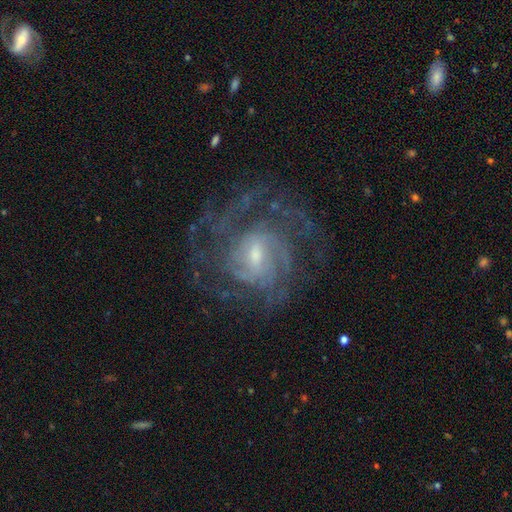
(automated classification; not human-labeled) Q: Smooth or featured?
A: featured or disk (87%); runner-up: star or artifact (7%)
Q: Edge-on disk?
A: no (97%); runner-up: yes (3%)
Q: Bar?
A: weak (58%); runner-up: no (26%)
Q: Spiral arms?
A: yes (95%); runner-up: no (5%)
Q: Spiral winding?
A: tight (53%); runner-up: medium (37%)
Q: Spiral arm count?
A: can't tell (33%); runner-up: 4 (19%)
Q: Bulge size?
A: small (53%); runner-up: moderate (38%)
Q: Merging?
A: none (68%); runner-up: minor disturbance (16%)